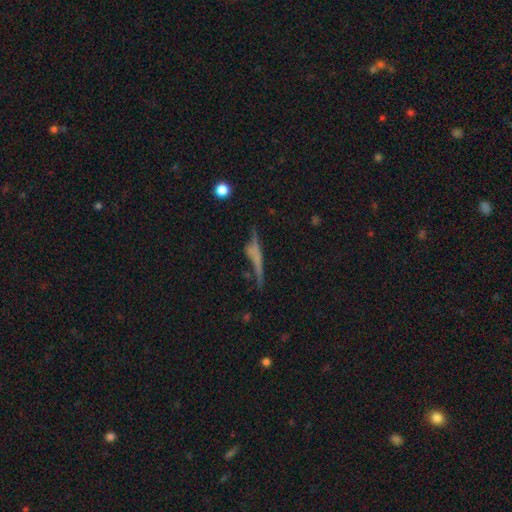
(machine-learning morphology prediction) smooth-or-featured: featured or disk: 49% | smooth: 38% | star or artifact: 13%
  merging: none: 58% | minor disturbance: 19% | merger: 12% | major disturbance: 11%